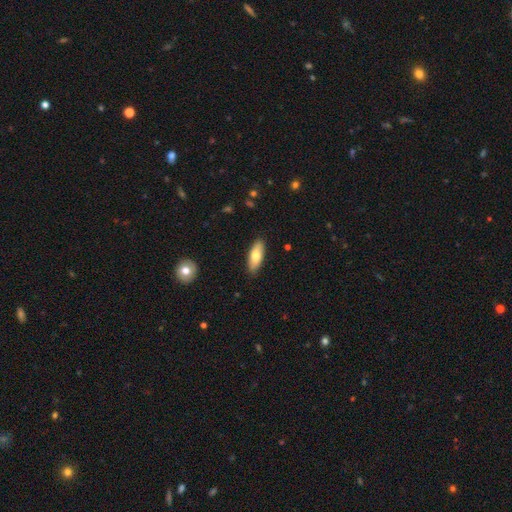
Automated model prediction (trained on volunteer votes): Morphology: type=smooth (74%); roundness=in between (74%); merging=none (87%).